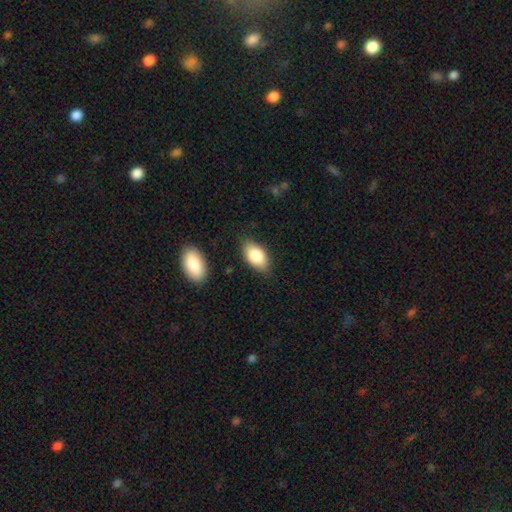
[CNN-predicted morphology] This appears to be a smooth galaxy with no disk features (83%) that is in between round and cigar-shaped (93%). Merging: none (81%).